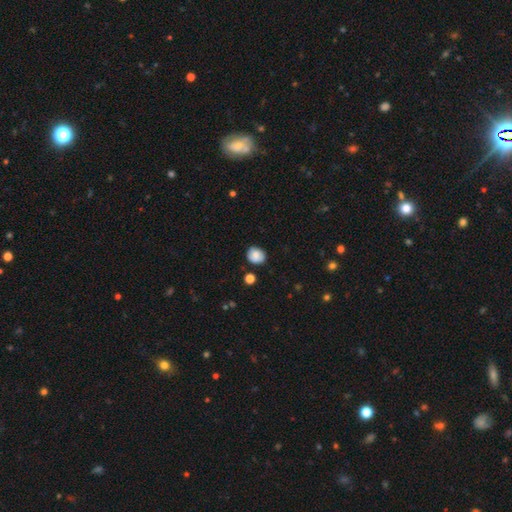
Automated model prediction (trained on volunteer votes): Q: Smooth or featured?
A: smooth (81%); runner-up: featured or disk (10%)
Q: How rounded?
A: round (69%); runner-up: in between (30%)
Q: Merging?
A: none (79%); runner-up: minor disturbance (15%)